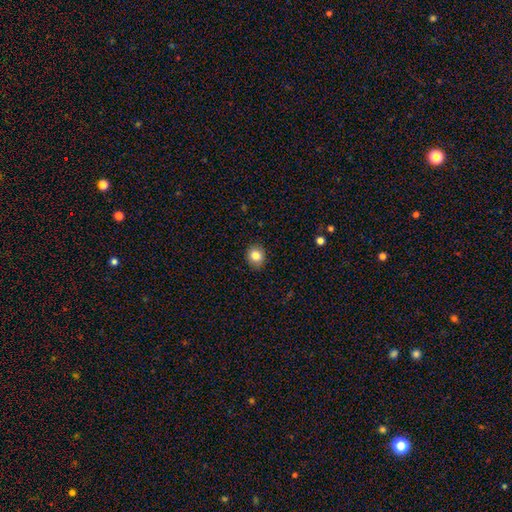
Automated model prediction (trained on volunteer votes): Overall: smooth (83%). How rounded: round (78%). Merging: none (88%).